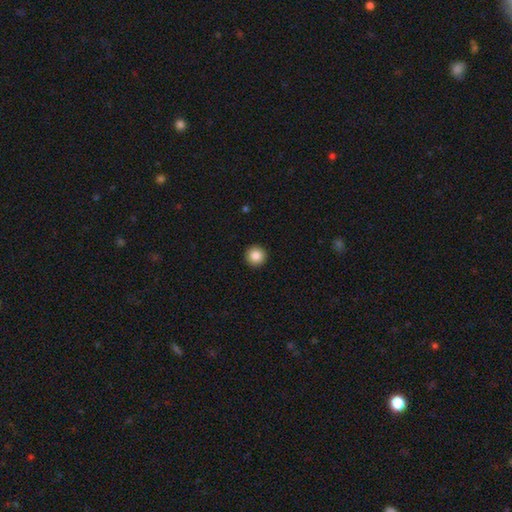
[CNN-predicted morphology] Overall: smooth (86%). How rounded: round (96%). Merging: none (94%).